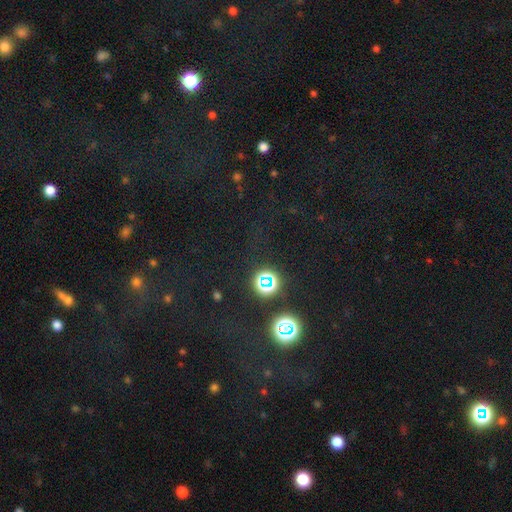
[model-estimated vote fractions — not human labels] This appears to be a star or artifact, not a galaxy (66%).